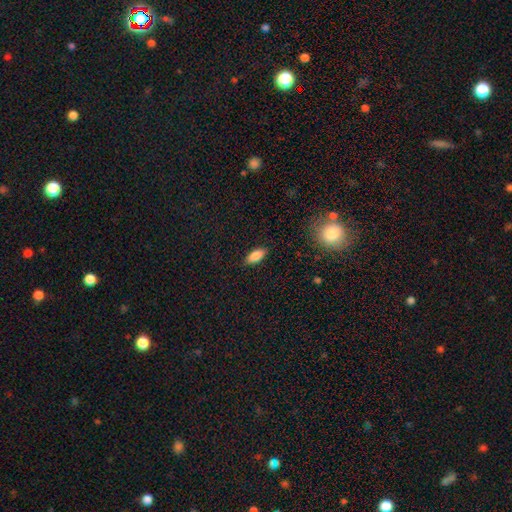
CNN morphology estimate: Smooth or featured?
  - smooth: 84% *
  - featured or disk: 8%
  - star or artifact: 8%
How rounded?
  - in between: 85% *
  - cigar-shaped: 13%
  - round: 2%
Merging?
  - none: 87% *
  - minor disturbance: 9%
  - major disturbance: 2%
  - merger: 1%